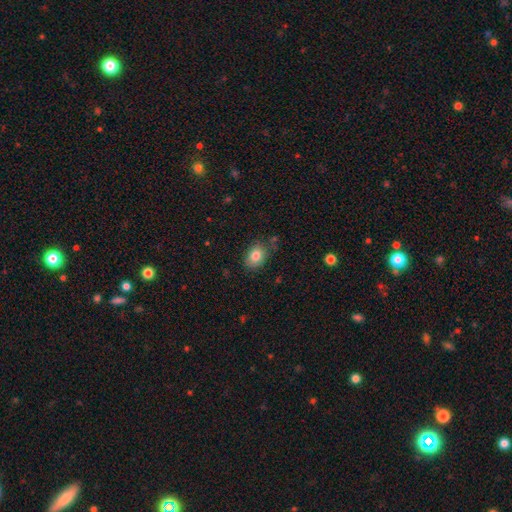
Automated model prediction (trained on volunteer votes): A smooth galaxy with no disk features (82%) that is in between round and cigar-shaped (73%). Merging: none (77%).